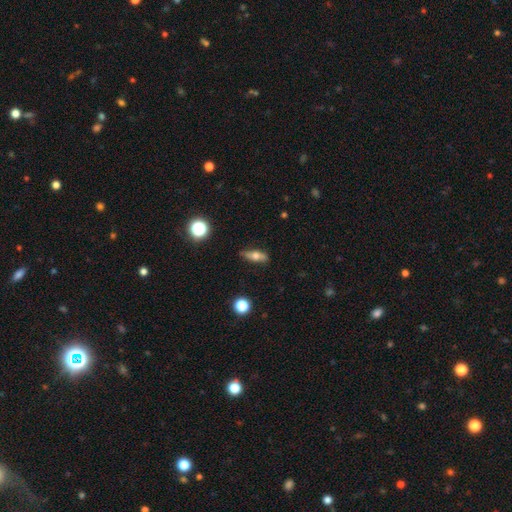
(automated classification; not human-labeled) A smooth galaxy with no disk features (54%) that is in between round and cigar-shaped (52%). Merging: none (80%).